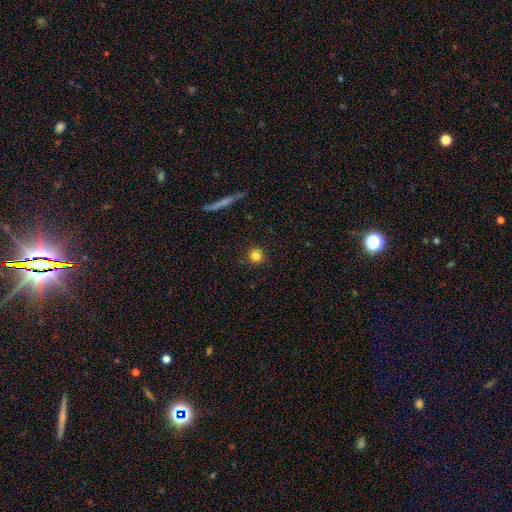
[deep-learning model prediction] Overall: smooth (82%). How rounded: round (93%). Merging: none (91%).